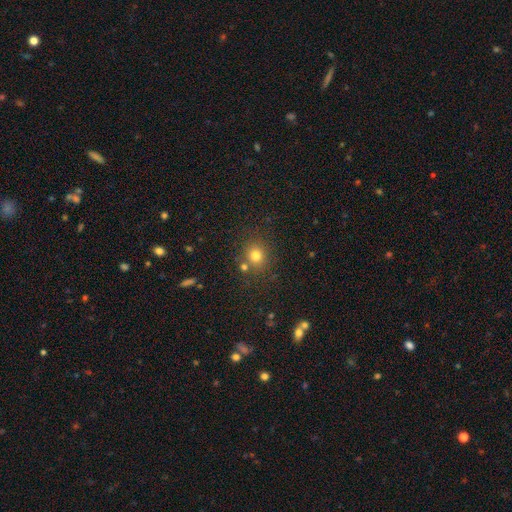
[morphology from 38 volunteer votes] Smooth or featured?
  - smooth: 87% *
  - featured or disk: 8%
  - star or artifact: 5%
How rounded?
  - round: 79% *
  - in between: 21%
  - cigar-shaped: 0%
Merging?
  - none: 75% *
  - merger: 14%
  - minor disturbance: 11%
  - major disturbance: 0%